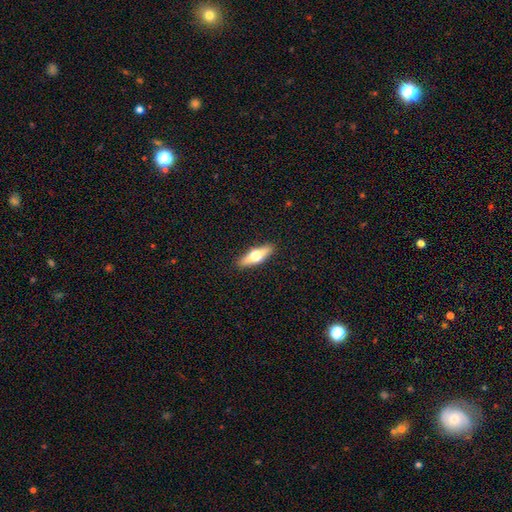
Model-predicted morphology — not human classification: smooth 47%, featured or disk 46%, star or artifact 6%. Down the decision tree: merging — none (90%).